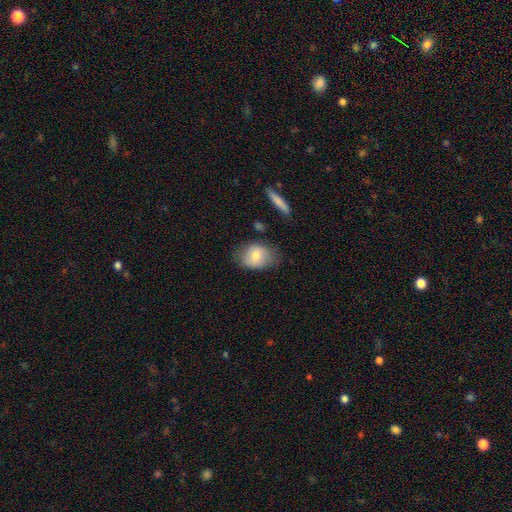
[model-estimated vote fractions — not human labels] Smooth or featured? smooth (73%)
How rounded? in between (71%)
Merging? none (65%)